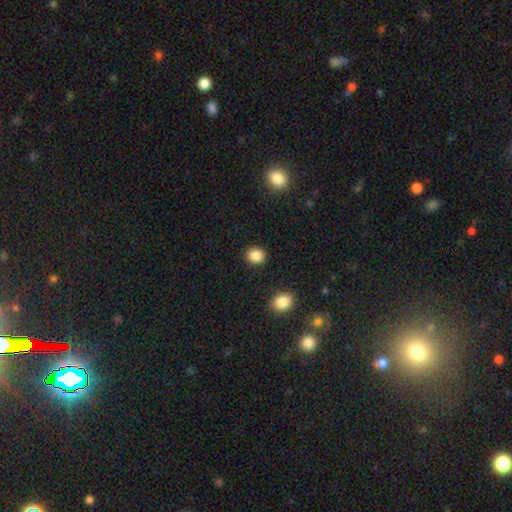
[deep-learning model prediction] A smooth galaxy with no disk features (86%) that is round (80%). Merging: none (91%).